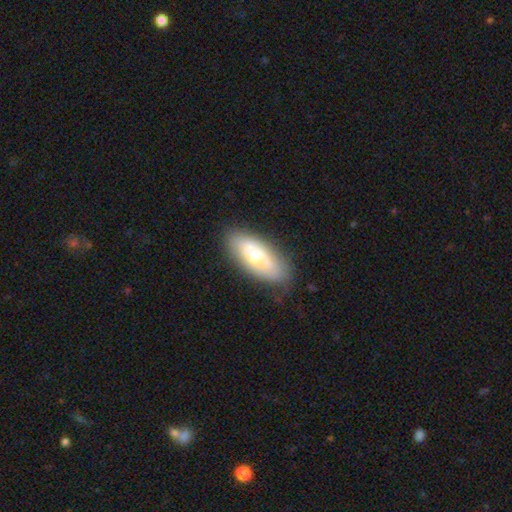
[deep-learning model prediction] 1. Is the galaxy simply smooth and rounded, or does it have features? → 62% smooth, 32% featured or disk, 6% star or artifact.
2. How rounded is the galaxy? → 79% in between, 18% cigar-shaped, 2% round.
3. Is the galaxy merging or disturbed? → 80% none, 15% minor disturbance, 3% major disturbance, 1% merger.